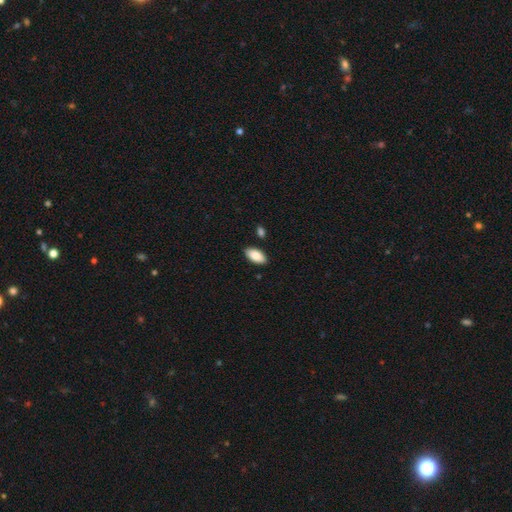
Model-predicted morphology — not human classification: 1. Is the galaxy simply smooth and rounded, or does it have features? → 86% smooth, 8% featured or disk, 6% star or artifact.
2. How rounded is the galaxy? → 93% in between, 5% cigar-shaped, 2% round.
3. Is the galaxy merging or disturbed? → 87% none, 8% minor disturbance, 3% merger, 2% major disturbance.